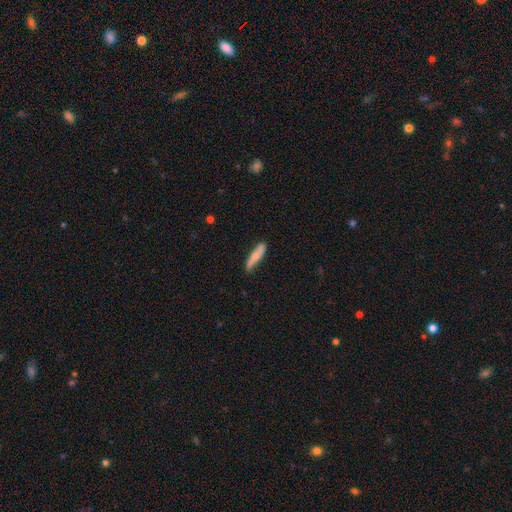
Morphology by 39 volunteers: smooth_or_featured: smooth (p=0.62) [alt: featured or disk p=0.31]
how_rounded: cigar-shaped (p=0.92) [alt: in between p=0.08]
merging: none (p=0.75) [alt: minor disturbance p=0.17]